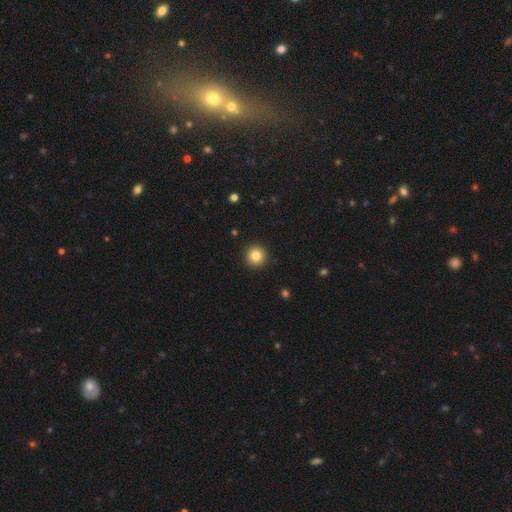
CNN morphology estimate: The model was most divided on "smooth or featured": smooth: 83%, star or artifact: 11%, featured or disk: 6%. More confident: how rounded — round (96%); merging — none (93%).